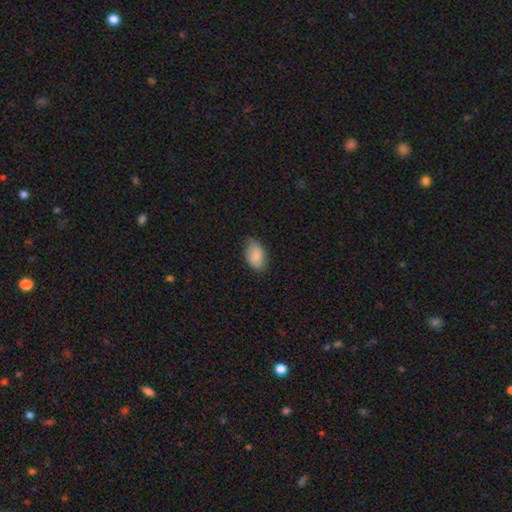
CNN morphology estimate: Smooth or featured? smooth (83%)
How rounded? in between (93%)
Merging? none (69%)